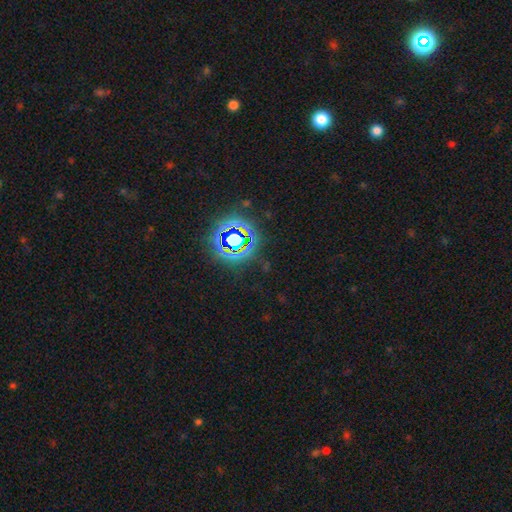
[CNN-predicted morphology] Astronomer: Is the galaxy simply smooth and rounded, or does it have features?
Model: star or artifact — 80%.